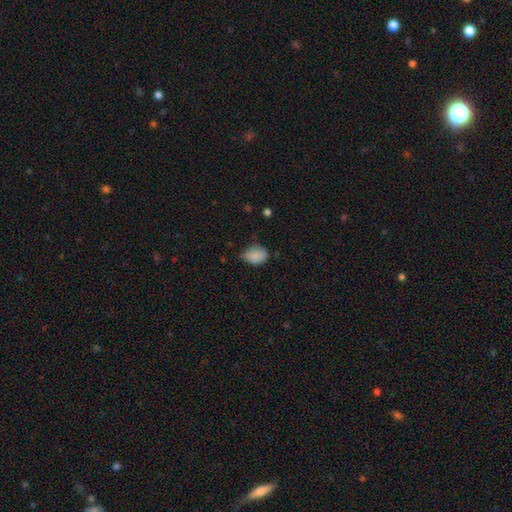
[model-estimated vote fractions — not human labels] Morphology: type=smooth (84%); roundness=in between (67%); merging=none (48%).